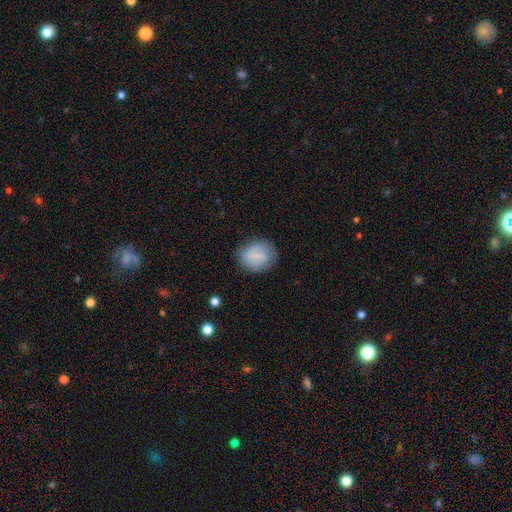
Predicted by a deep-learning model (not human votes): Q: Smooth or featured?
A: smooth (69%); runner-up: featured or disk (24%)
Q: How rounded?
A: round (58%); runner-up: in between (41%)
Q: Merging?
A: none (79%); runner-up: minor disturbance (15%)